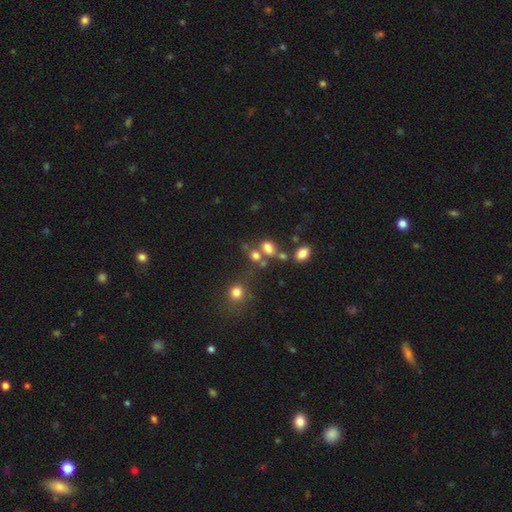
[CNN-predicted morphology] Smooth or featured? Predicted: smooth (p=0.71). How rounded? Predicted: in between (p=0.59). Merging? Predicted: none (p=0.43).